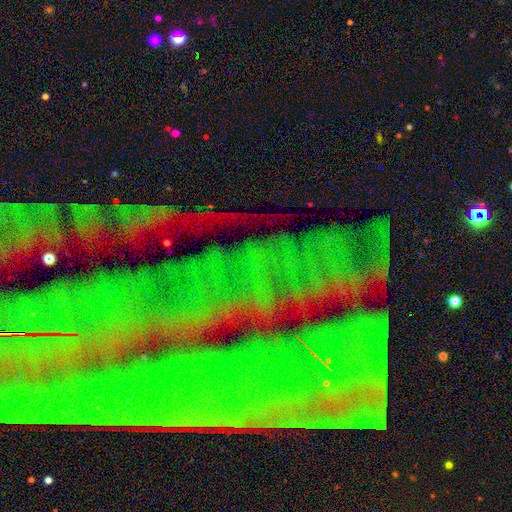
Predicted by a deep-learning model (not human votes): This is clearly a star or artifact rather than a galaxy (82%).